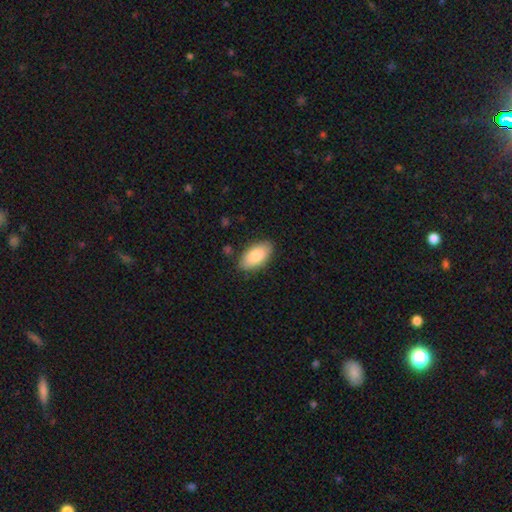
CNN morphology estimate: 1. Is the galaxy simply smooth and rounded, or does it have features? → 83% smooth, 11% featured or disk, 6% star or artifact.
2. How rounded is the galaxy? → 94% in between, 3% cigar-shaped, 3% round.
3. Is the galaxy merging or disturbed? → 84% none, 12% minor disturbance, 2% major disturbance, 1% merger.